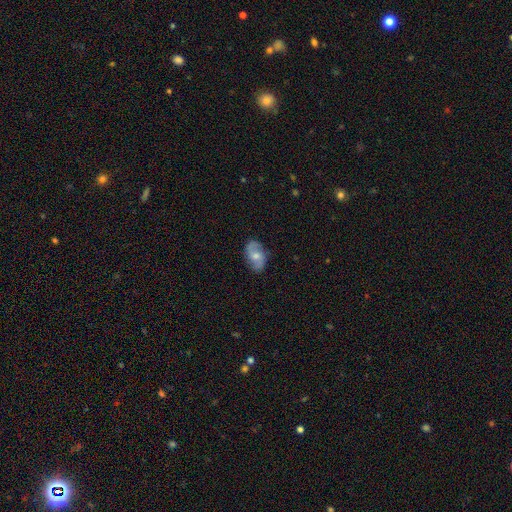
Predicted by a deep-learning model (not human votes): smooth-or-featured: featured or disk: 64% | smooth: 29% | star or artifact: 7%
  disk-edge-on: no: 96% | yes: 4%
    bar: no: 57% | weak: 37% | strong: 6%
    has-spiral-arms: yes: 89% | no: 11%
      spiral-winding: medium: 44% | loose: 37% | tight: 19%
      spiral-arm-count: 2: 87% | can't tell: 8% | 1: 2% | 3: 1% | 4: 1% | more than 4: 1%
    bulge-size: moderate: 54% | small: 38% | none: 3% | large: 3% | dominant: 1%
  merging: none: 79% | minor disturbance: 16% | major disturbance: 4% | merger: 1%